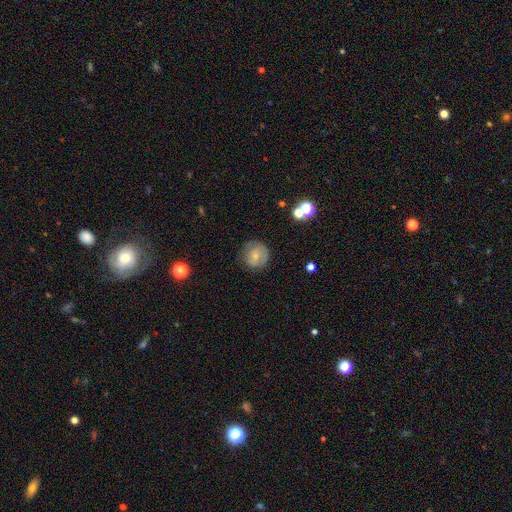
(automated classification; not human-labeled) smooth_or_featured: smooth (p=0.65) [alt: featured or disk p=0.25]
how_rounded: round (p=0.91) [alt: in between p=0.08]
merging: none (p=0.76) [alt: minor disturbance p=0.17]